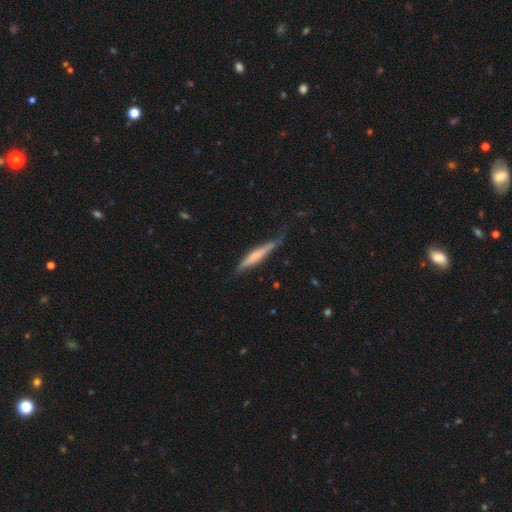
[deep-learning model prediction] A smooth galaxy with no disk features (50%) that is cigar-shaped (92%). Merging: none (60%).